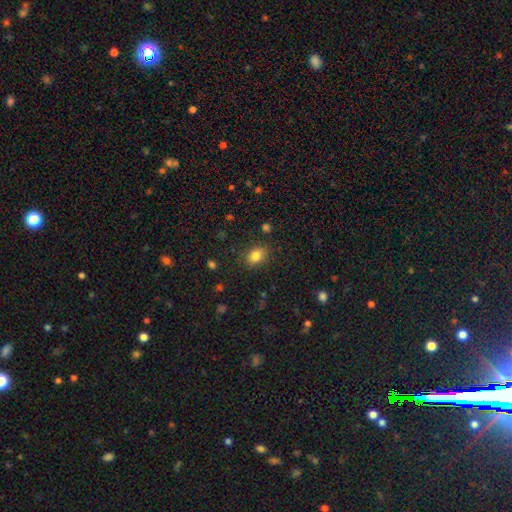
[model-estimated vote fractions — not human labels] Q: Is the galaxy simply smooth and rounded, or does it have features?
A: smooth — 83%.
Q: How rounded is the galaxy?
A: in between — 60%.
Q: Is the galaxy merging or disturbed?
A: none — 82%.